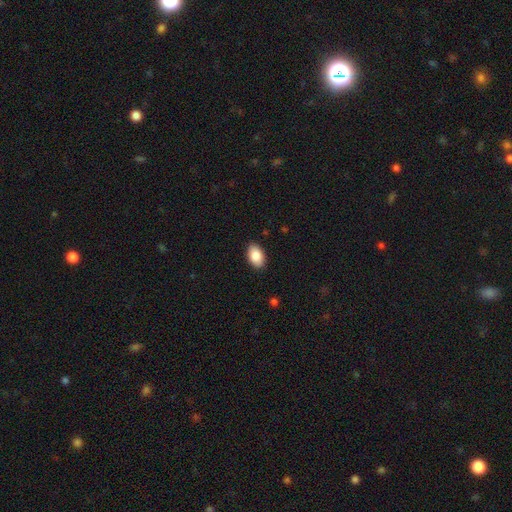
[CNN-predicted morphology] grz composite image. It shows a smooth galaxy with no disk features (87%) that is in between round and cigar-shaped (92%). Merging: none (89%).